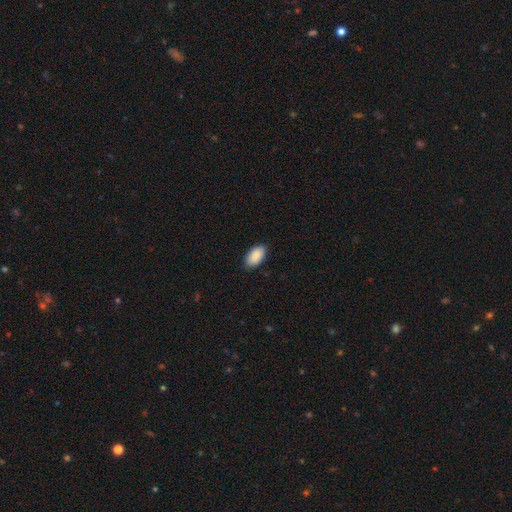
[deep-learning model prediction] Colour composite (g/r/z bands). It shows a smooth galaxy with no disk features (91%) that is in between round and cigar-shaped (96%). Merging: none (88%).